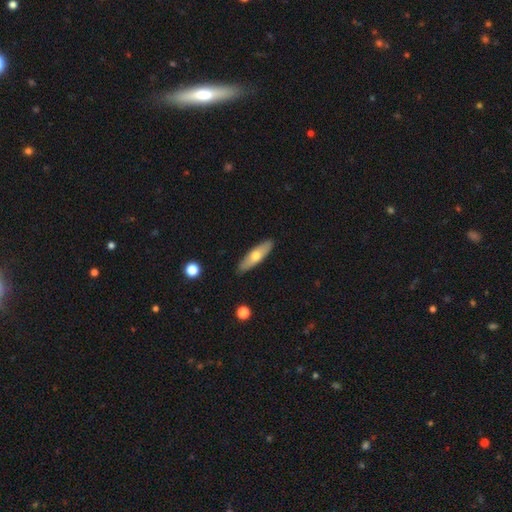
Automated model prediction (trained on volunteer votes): Smooth or featured?
  - smooth: 58% *
  - featured or disk: 37%
  - star or artifact: 5%
How rounded?
  - cigar-shaped: 62% *
  - in between: 36%
  - round: 2%
Merging?
  - none: 89% *
  - minor disturbance: 8%
  - major disturbance: 2%
  - merger: 1%